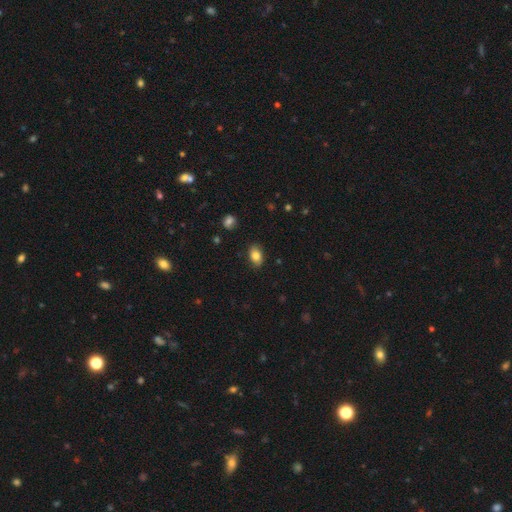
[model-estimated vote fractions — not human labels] Smooth or featured: smooth — 83% (featured or disk — 9%)
How rounded: in between — 87% (round — 12%)
Merging: none — 85% (minor disturbance — 11%)